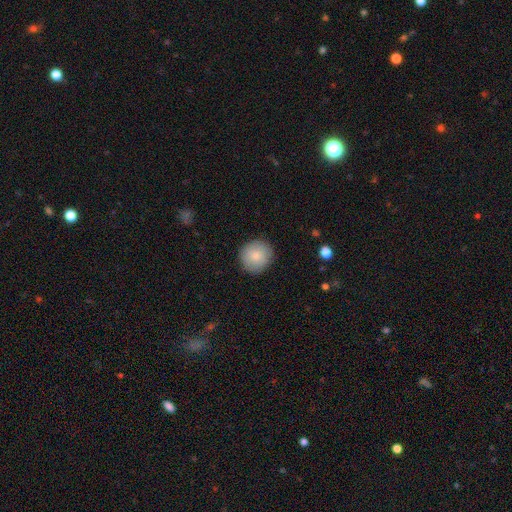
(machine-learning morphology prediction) Smooth or featured: smooth — 84% (featured or disk — 9%)
How rounded: round — 93% (in between — 6%)
Merging: none — 89% (minor disturbance — 8%)